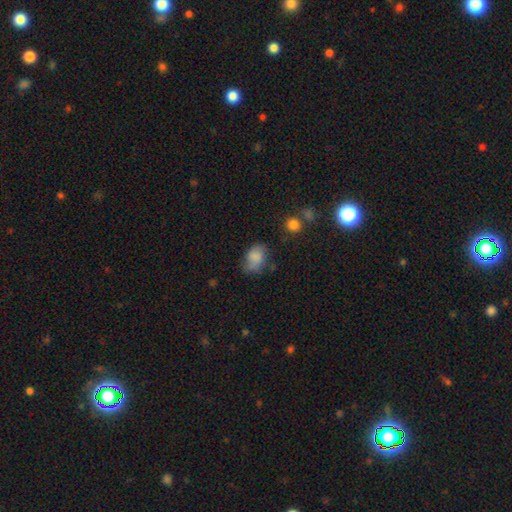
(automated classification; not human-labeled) This appears to be a smooth galaxy with no disk features (76%) that is in between round and cigar-shaped (75%). Merging: none (49%).